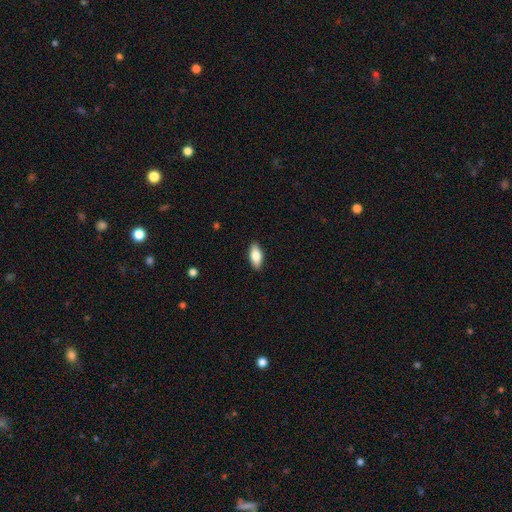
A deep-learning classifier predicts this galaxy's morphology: type=smooth (80%); roundness=in between (86%); merging=none (89%).